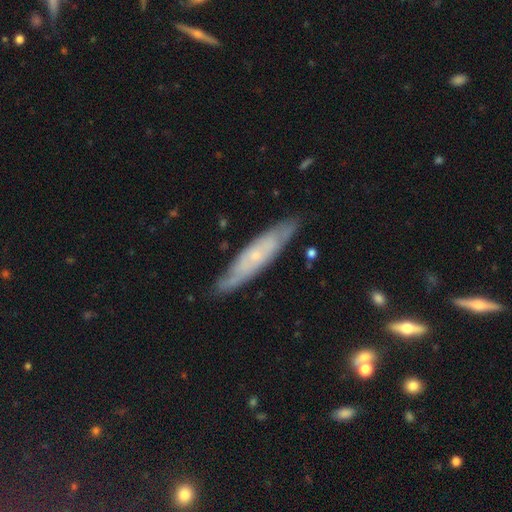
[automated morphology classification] This appears to be a featured or disk galaxy (63%). Merging: none (79%).